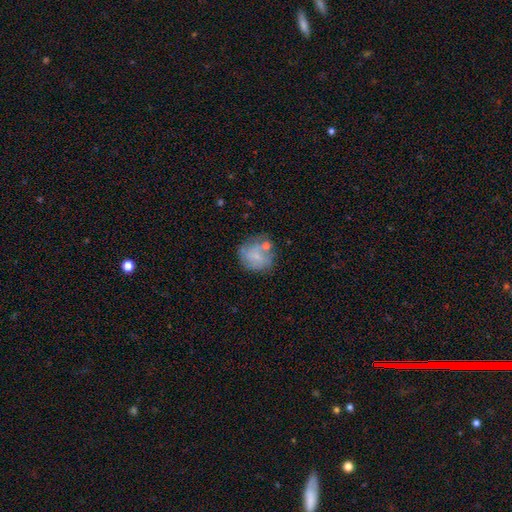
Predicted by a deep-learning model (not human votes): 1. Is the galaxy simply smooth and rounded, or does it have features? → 52% smooth, 39% featured or disk, 9% star or artifact.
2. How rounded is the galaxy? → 79% round, 20% in between, 1% cigar-shaped.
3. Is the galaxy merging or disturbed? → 55% none, 22% minor disturbance, 13% merger, 10% major disturbance.